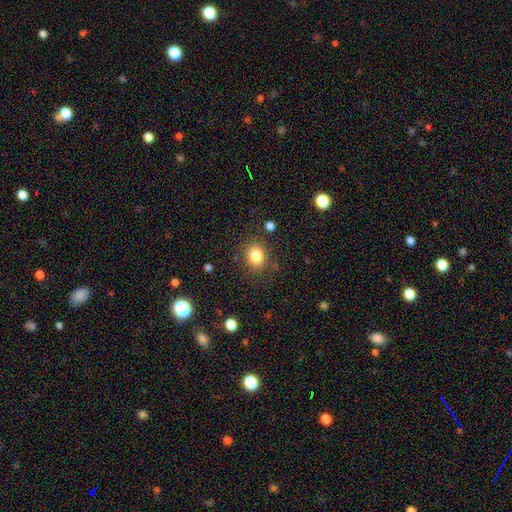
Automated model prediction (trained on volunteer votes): A smooth galaxy with no disk features (83%) that is round (60%).

Vote fractions:
- Smooth or featured? smooth: 83% / star or artifact: 11% / featured or disk: 6%
- How rounded? round: 60% / in between: 39% / cigar-shaped: 1%
- Merging? none: 83% / minor disturbance: 11% / major disturbance: 4% / merger: 2%